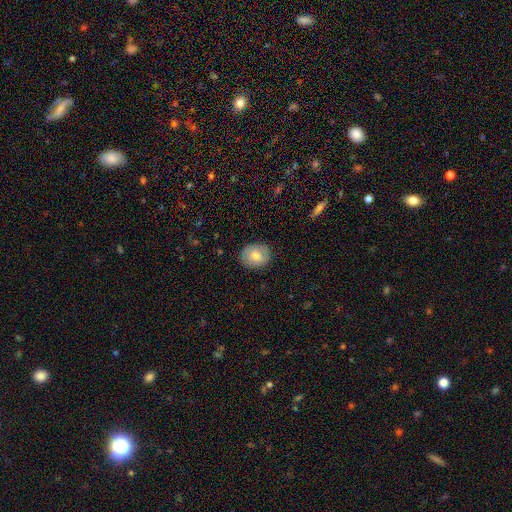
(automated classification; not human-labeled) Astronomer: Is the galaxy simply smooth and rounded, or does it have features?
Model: smooth — 75%.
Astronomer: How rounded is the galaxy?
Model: round — 61% (runner-up: in between, 38%).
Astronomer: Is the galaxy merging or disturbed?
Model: none — 86%.